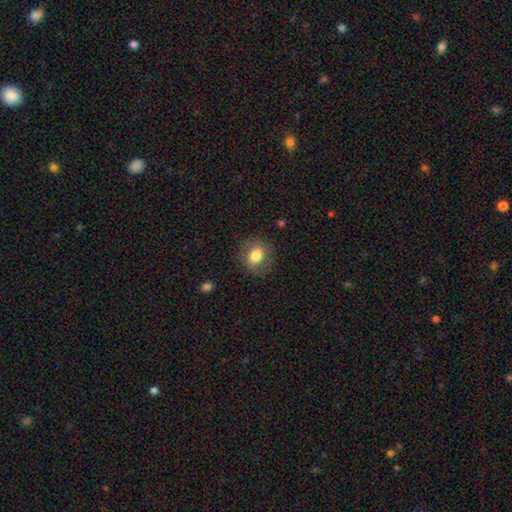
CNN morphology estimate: smooth_or_featured: smooth (p=0.74) [alt: featured or disk p=0.17]
how_rounded: round (p=0.66) [alt: in between p=0.33]
merging: none (p=0.83) [alt: minor disturbance p=0.11]